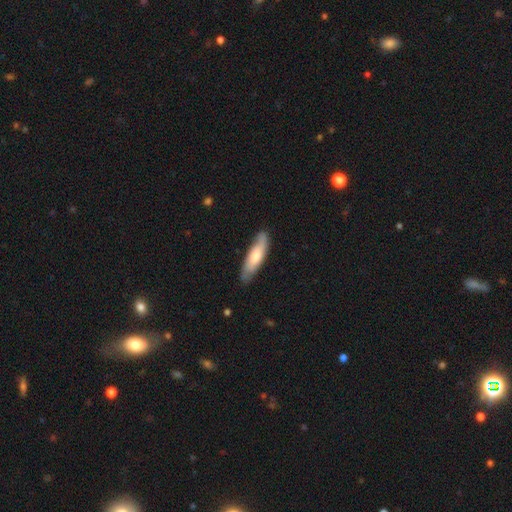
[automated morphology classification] smooth 58%, featured or disk 37%, star or artifact 5%. Down the decision tree: how rounded — cigar-shaped (62%); merging — none (79%).